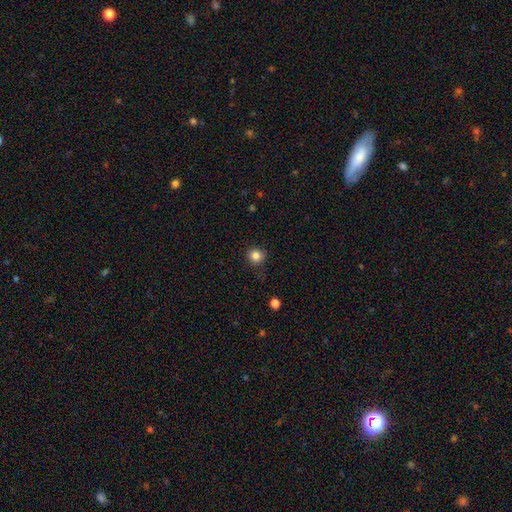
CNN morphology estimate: smooth_or_featured: smooth (p=0.84) [alt: star or artifact p=0.11]
how_rounded: round (p=0.92) [alt: in between p=0.07]
merging: none (p=0.88) [alt: minor disturbance p=0.09]